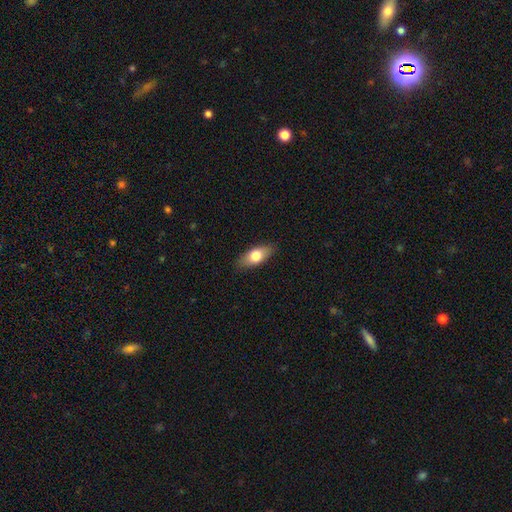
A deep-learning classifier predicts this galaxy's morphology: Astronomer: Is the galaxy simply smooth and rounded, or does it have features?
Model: smooth — 74%.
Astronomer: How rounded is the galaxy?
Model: in between — 82%.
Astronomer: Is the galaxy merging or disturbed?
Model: none — 86%.